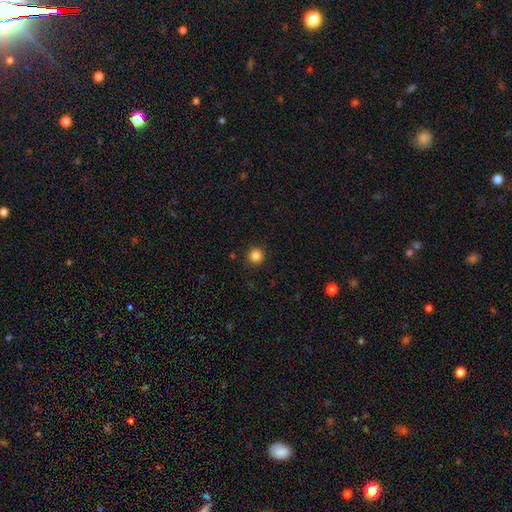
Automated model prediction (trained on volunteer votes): Morphology: type=smooth (85%); roundness=round (95%); merging=none (91%).